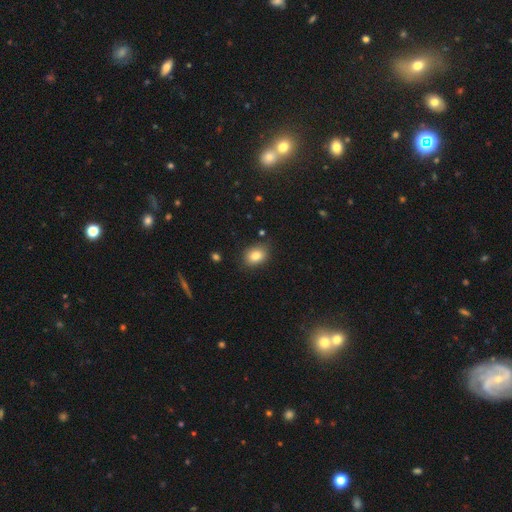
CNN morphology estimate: Smooth or featured?
  - smooth: 82% *
  - star or artifact: 10%
  - featured or disk: 8%
How rounded?
  - in between: 61% *
  - round: 38%
  - cigar-shaped: 1%
Merging?
  - none: 82% *
  - minor disturbance: 14%
  - major disturbance: 3%
  - merger: 2%